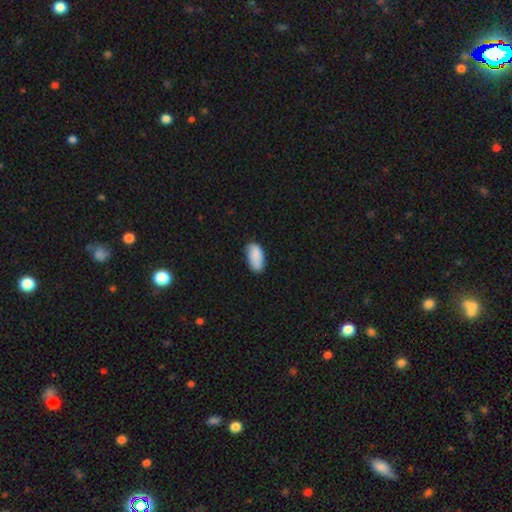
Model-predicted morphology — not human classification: smooth_or_featured: smooth (p=0.89) [alt: star or artifact p=0.07]
how_rounded: in between (p=0.94) [alt: cigar-shaped p=0.04]
merging: none (p=0.75) [alt: minor disturbance p=0.20]